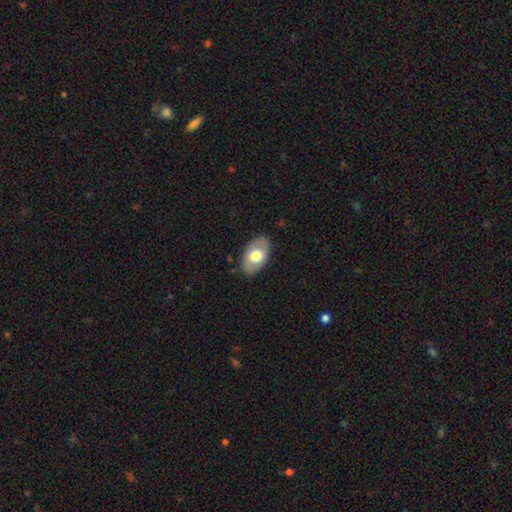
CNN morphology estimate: This is likely a smooth galaxy (65%). How rounded: clearly in between (93%). Merging: clearly none (83%).